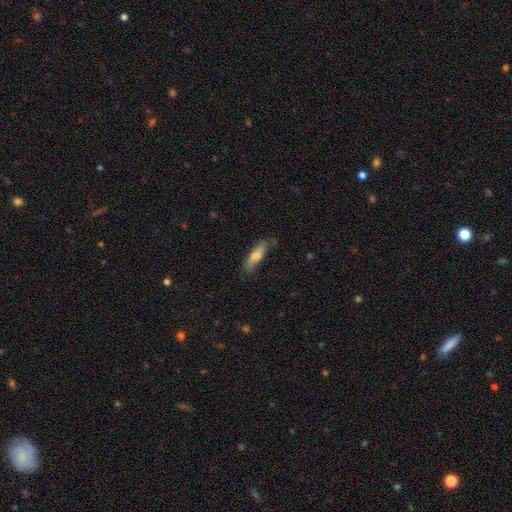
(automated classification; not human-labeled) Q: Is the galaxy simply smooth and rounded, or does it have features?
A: smooth — 62%.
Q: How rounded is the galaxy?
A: cigar-shaped — 70%.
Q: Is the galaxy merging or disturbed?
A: none — 76%.